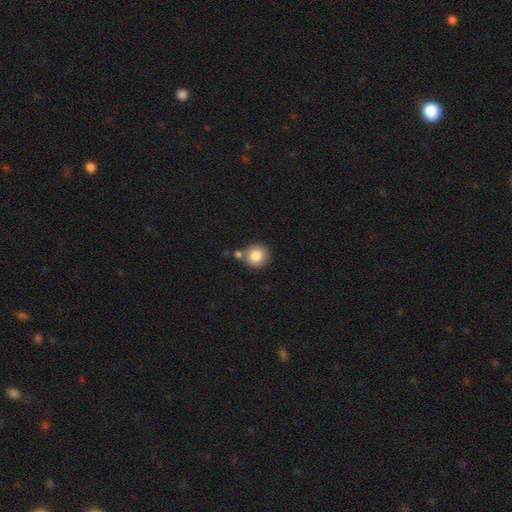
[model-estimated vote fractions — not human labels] This appears to be a smooth galaxy with no disk features (83%) that is round (91%). Merging: none (67%).